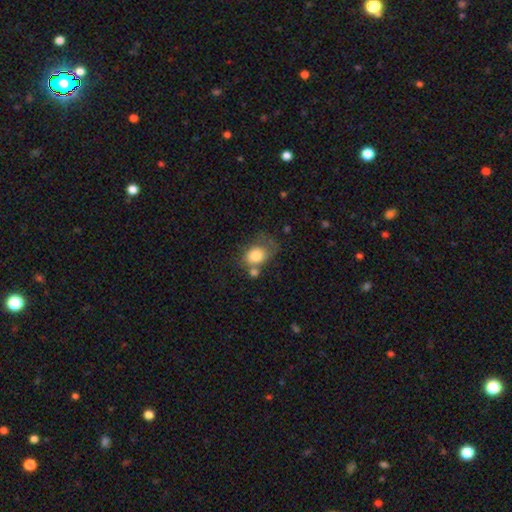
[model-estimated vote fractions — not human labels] Smooth or featured? Predicted: smooth (p=0.78). How rounded? Predicted: in between (p=0.57). Merging? Predicted: none (p=0.35).